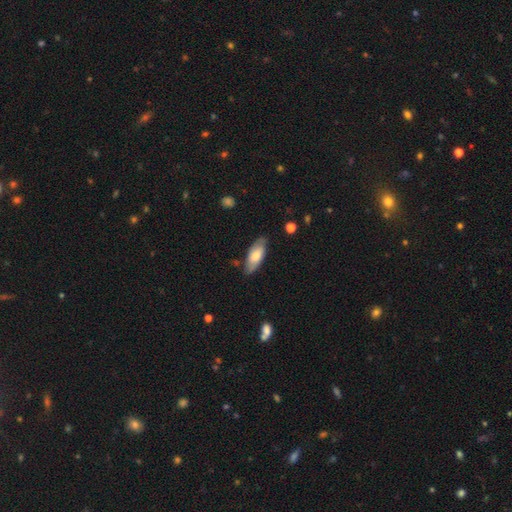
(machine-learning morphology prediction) Q: Smooth or featured?
A: smooth (67%); runner-up: featured or disk (27%)
Q: How rounded?
A: in between (76%); runner-up: cigar-shaped (23%)
Q: Merging?
A: none (78%); runner-up: minor disturbance (17%)